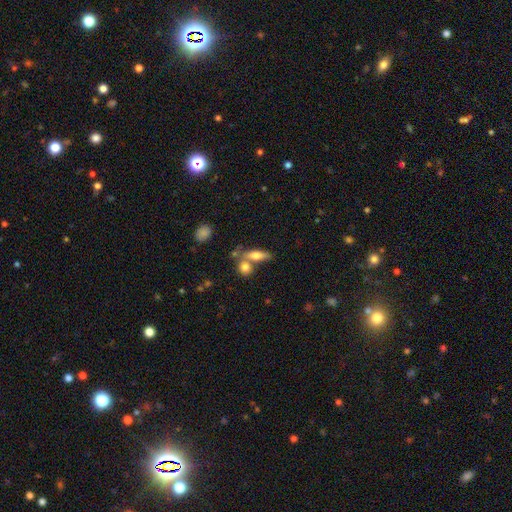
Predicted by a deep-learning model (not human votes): Smooth or featured?
  - smooth: 64% *
  - featured or disk: 27%
  - star or artifact: 8%
How rounded?
  - in between: 56% *
  - cigar-shaped: 37%
  - round: 7%
Merging?
  - none: 50% *
  - merger: 33%
  - minor disturbance: 12%
  - major disturbance: 5%